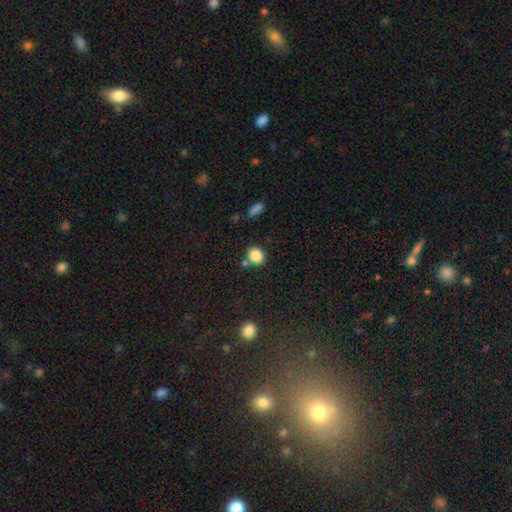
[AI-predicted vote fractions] Smooth or featured?
  - smooth: 86% *
  - star or artifact: 10%
  - featured or disk: 5%
How rounded?
  - round: 74% *
  - in between: 25%
  - cigar-shaped: 1%
Merging?
  - none: 73% *
  - merger: 13%
  - minor disturbance: 11%
  - major disturbance: 3%